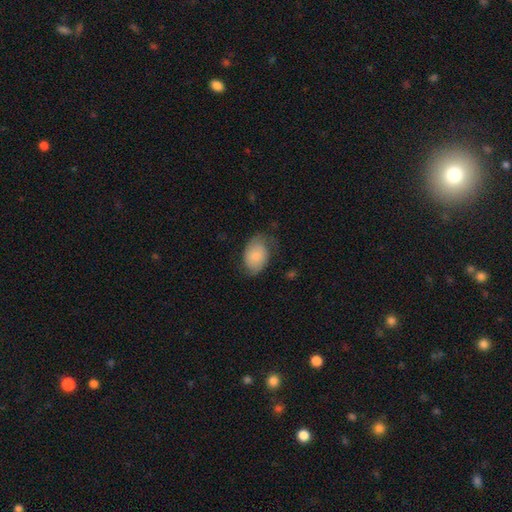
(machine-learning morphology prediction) smooth-or-featured: smooth: 63% | featured or disk: 29% | star or artifact: 7%
  how-rounded: in between: 82% | round: 17% | cigar-shaped: 1%
  merging: none: 57% | minor disturbance: 28% | major disturbance: 13% | merger: 1%